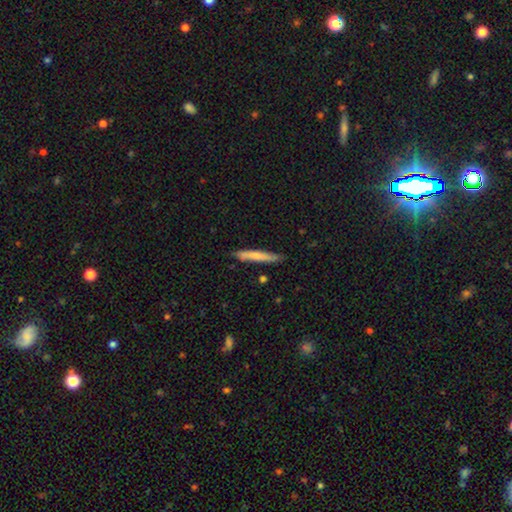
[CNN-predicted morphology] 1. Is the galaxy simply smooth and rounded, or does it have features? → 67% smooth, 27% featured or disk, 6% star or artifact.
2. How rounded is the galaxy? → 94% cigar-shaped, 5% in between, 1% round.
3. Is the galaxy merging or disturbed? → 81% none, 14% minor disturbance, 2% major disturbance, 2% merger.